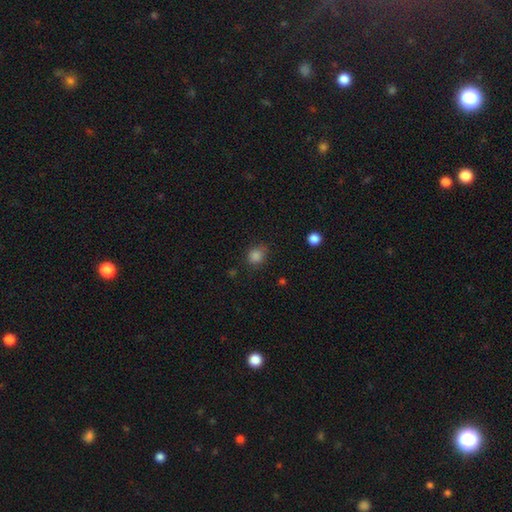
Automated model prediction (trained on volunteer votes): This appears to be a smooth galaxy with no disk features (84%) that is round (69%). Merging: none (72%).